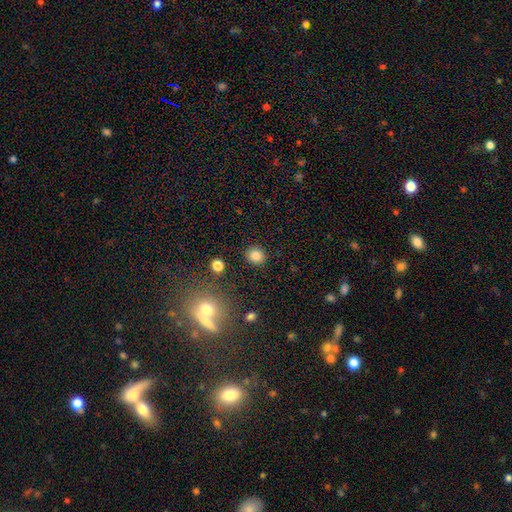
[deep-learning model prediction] This is clearly a smooth galaxy (84%). How rounded: clearly round (84%). Merging: clearly none (90%).